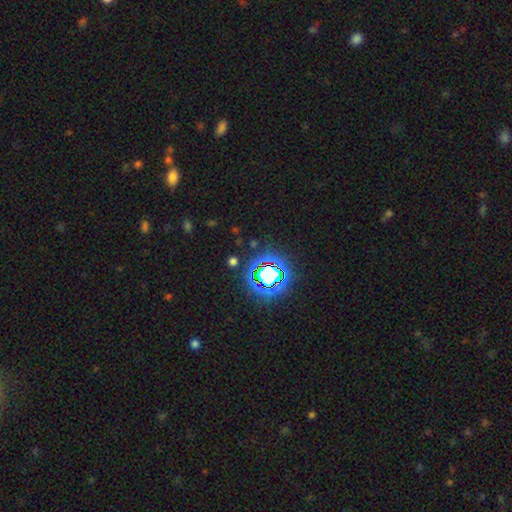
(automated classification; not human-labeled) smooth_or_featured: star or artifact (p=0.81) [alt: smooth p=0.12]